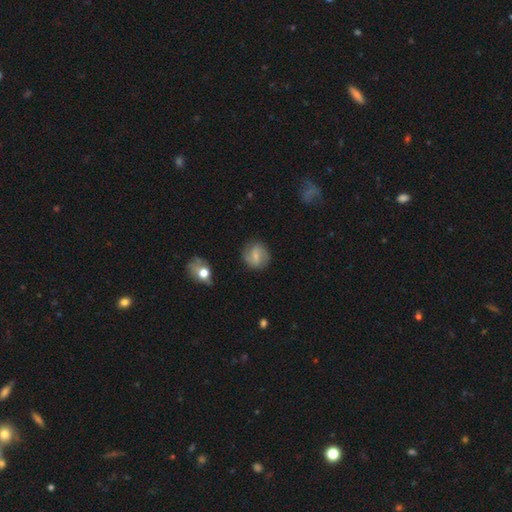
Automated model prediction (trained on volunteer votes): smooth 50%, featured or disk 41%, star or artifact 8%. Down the decision tree: how rounded — round (80%); merging — none (81%).